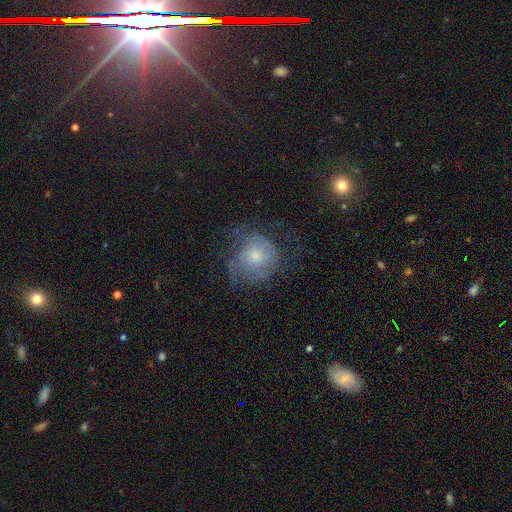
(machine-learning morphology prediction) Smooth or featured: featured or disk — 47% (smooth — 43%)
Merging: none — 49% (major disturbance — 26%)